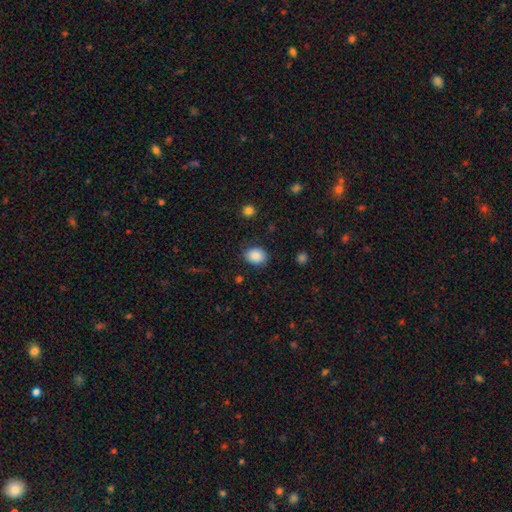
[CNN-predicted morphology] Smooth or featured? Predicted: smooth (p=0.87). How rounded? Predicted: in between (p=0.57). Merging? Predicted: none (p=0.82).